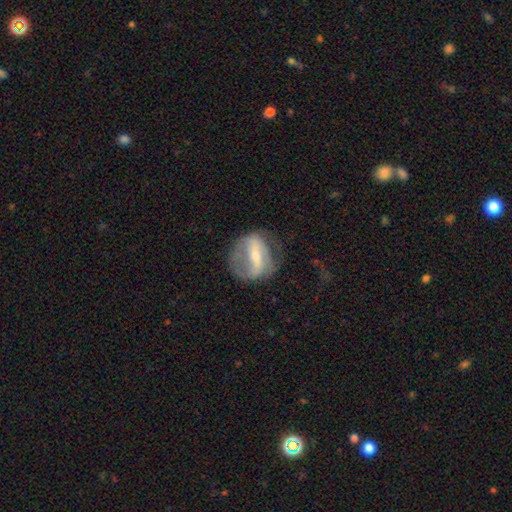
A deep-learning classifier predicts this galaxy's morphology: This appears to be a featured or disk galaxy (71%) with a strong bar (61%), spiral arms (59%) and a small central bulge (51%). Merging: none (55%).